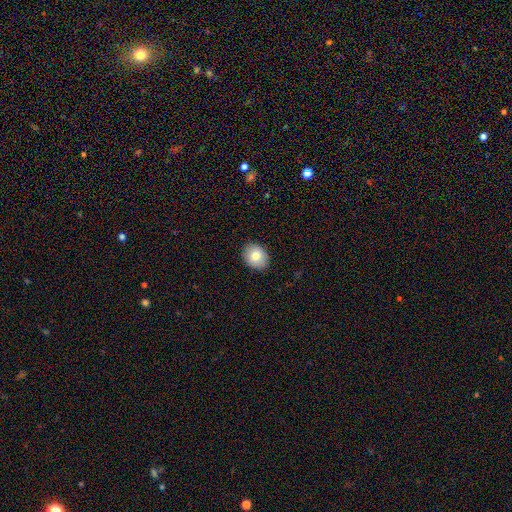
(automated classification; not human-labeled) Smooth or featured? smooth (79%)
How rounded? in between (51%)
Merging? none (90%)